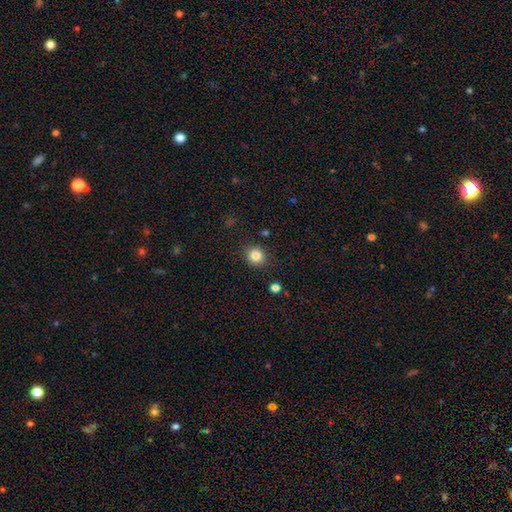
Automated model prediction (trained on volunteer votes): Smooth or featured? smooth (84%)
How rounded? round (86%)
Merging? none (88%)